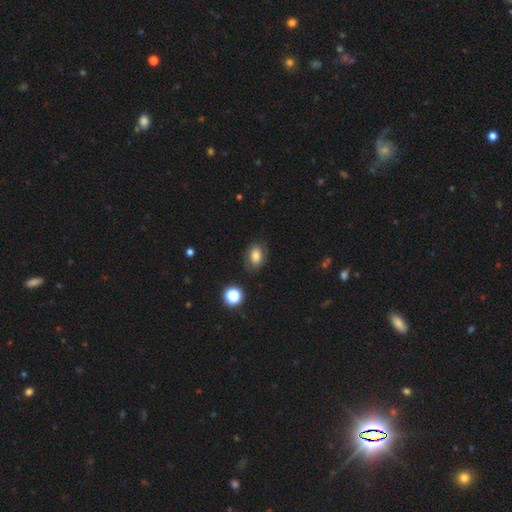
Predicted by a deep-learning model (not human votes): A smooth galaxy with no disk features (75%) that is in between round and cigar-shaped (78%).

Vote fractions:
- Smooth or featured? smooth: 75% / featured or disk: 13% / star or artifact: 11%
- How rounded? in between: 78% / round: 20% / cigar-shaped: 1%
- Merging? none: 78% / minor disturbance: 15% / major disturbance: 5% / merger: 2%